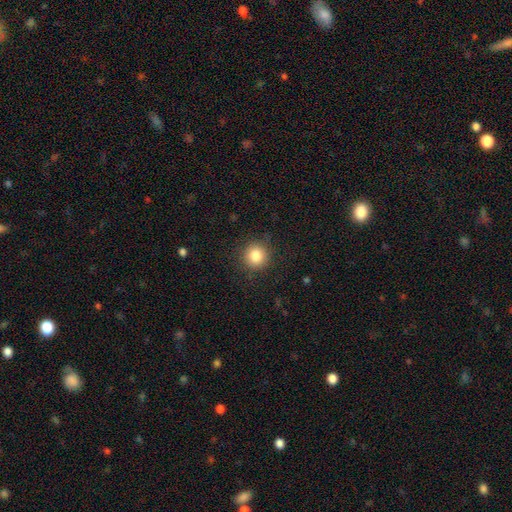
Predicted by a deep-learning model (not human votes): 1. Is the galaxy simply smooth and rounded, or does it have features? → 83% smooth, 11% star or artifact, 6% featured or disk.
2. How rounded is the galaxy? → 93% round, 6% in between, 1% cigar-shaped.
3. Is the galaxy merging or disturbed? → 89% none, 7% minor disturbance, 3% major disturbance, 1% merger.